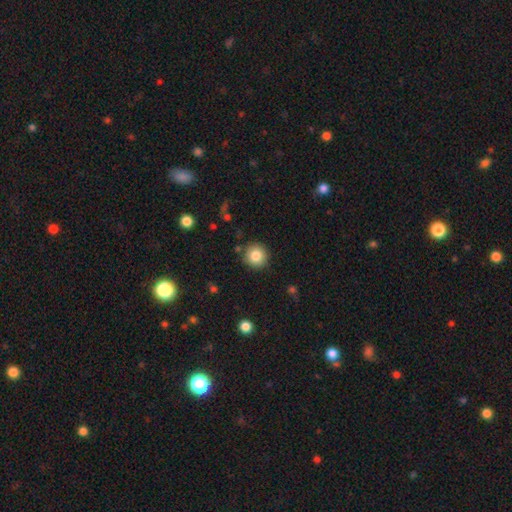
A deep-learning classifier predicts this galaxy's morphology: Q: Smooth or featured?
A: smooth (84%); runner-up: star or artifact (10%)
Q: How rounded?
A: round (94%); runner-up: in between (5%)
Q: Merging?
A: none (88%); runner-up: minor disturbance (7%)